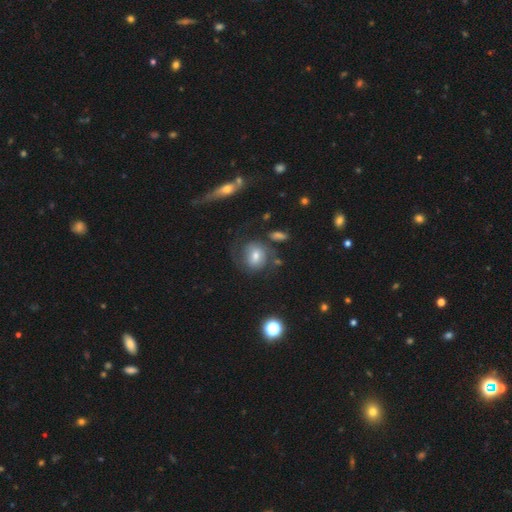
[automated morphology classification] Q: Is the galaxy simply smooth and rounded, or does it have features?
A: featured or disk — 47%.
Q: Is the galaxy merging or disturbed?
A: none — 59%.